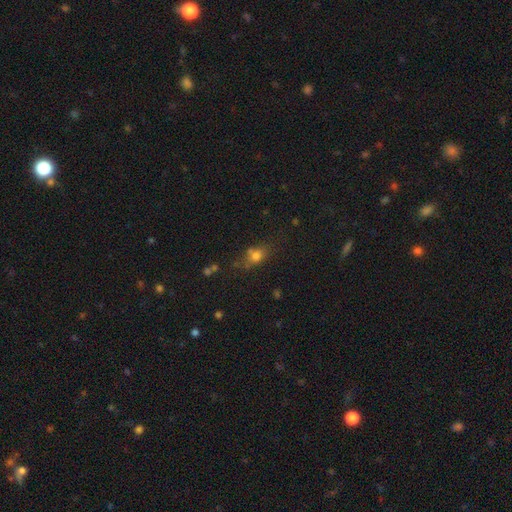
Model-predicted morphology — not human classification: Q: Smooth or featured?
A: smooth (72%); runner-up: star or artifact (15%)
Q: How rounded?
A: in between (57%); runner-up: round (37%)
Q: Merging?
A: none (60%); runner-up: minor disturbance (21%)